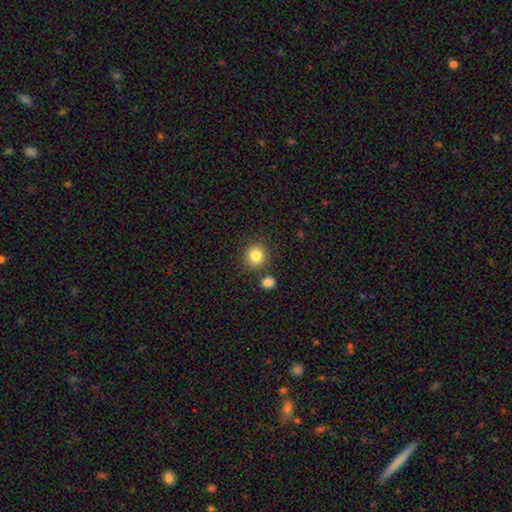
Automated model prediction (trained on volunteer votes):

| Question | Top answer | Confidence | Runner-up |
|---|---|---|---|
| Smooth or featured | smooth | 83% | star or artifact (11%) |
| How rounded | round | 89% | in between (10%) |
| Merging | none | 82% | minor disturbance (8%) |